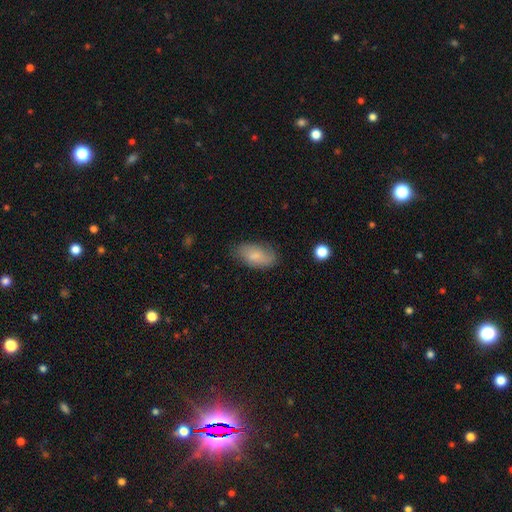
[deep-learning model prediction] smooth 77%, featured or disk 16%, star or artifact 7%. Down the decision tree: how rounded — in between (93%); merging — none (74%).